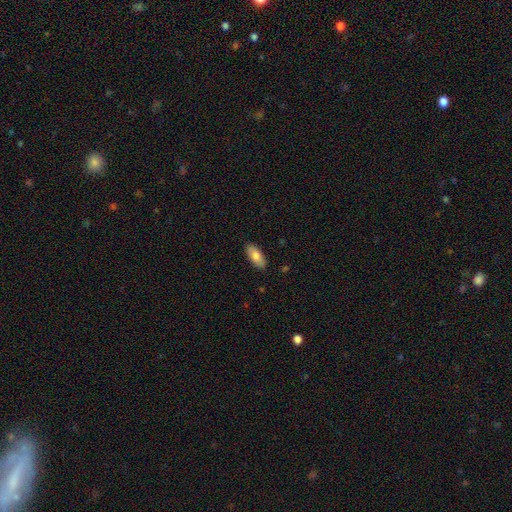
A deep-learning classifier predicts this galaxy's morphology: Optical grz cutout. It shows a smooth galaxy with no disk features (78%) that is in between round and cigar-shaped (88%). Merging: none (88%).